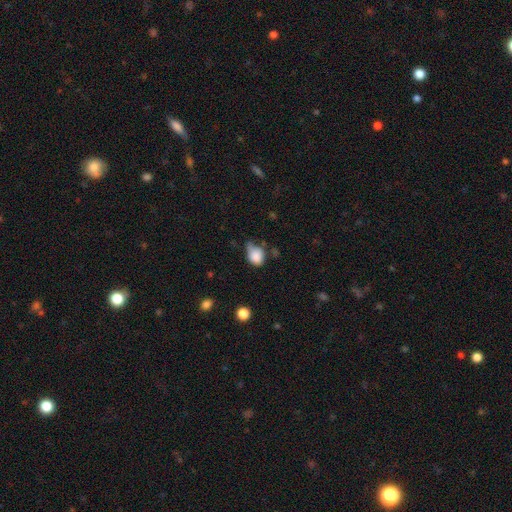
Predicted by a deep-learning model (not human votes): smooth-or-featured: smooth: 84% | star or artifact: 9% | featured or disk: 7%
  how-rounded: in between: 51% | round: 47% | cigar-shaped: 1%
  merging: minor disturbance: 42% | none: 37% | major disturbance: 14% | merger: 8%